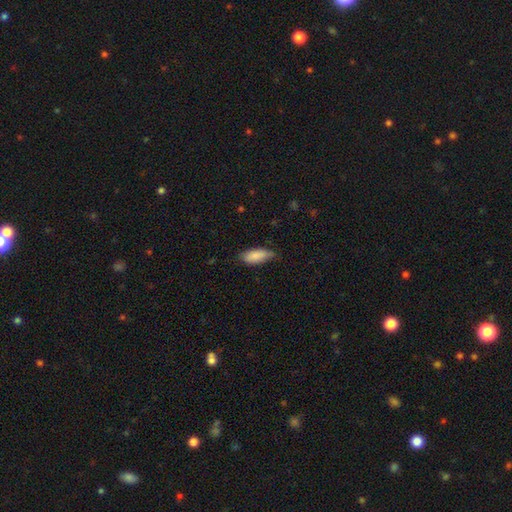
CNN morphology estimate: Smooth or featured? Predicted: smooth (p=0.86). How rounded? Predicted: in between (p=0.80). Merging? Predicted: none (p=0.66).